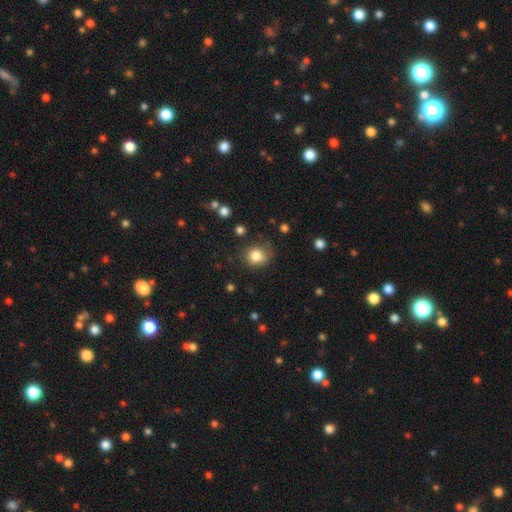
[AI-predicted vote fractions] A smooth galaxy with no disk features (84%) that is round (72%).

Vote fractions:
- Smooth or featured? smooth: 84% / star or artifact: 10% / featured or disk: 6%
- How rounded? round: 72% / in between: 27% / cigar-shaped: 1%
- Merging? none: 72% / minor disturbance: 20% / major disturbance: 6% / merger: 3%